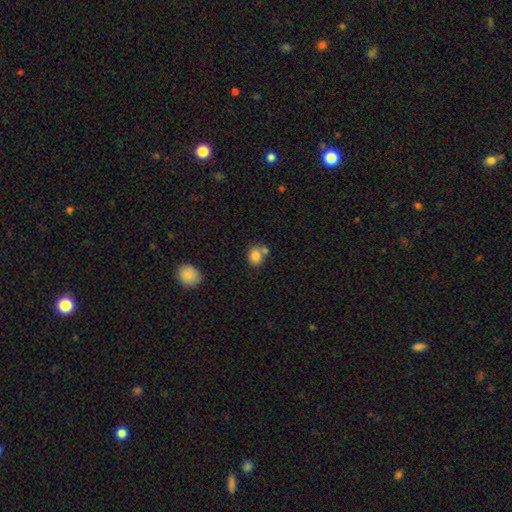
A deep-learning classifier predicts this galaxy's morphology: type=smooth (83%); roundness=round (59%); merging=none (52%).